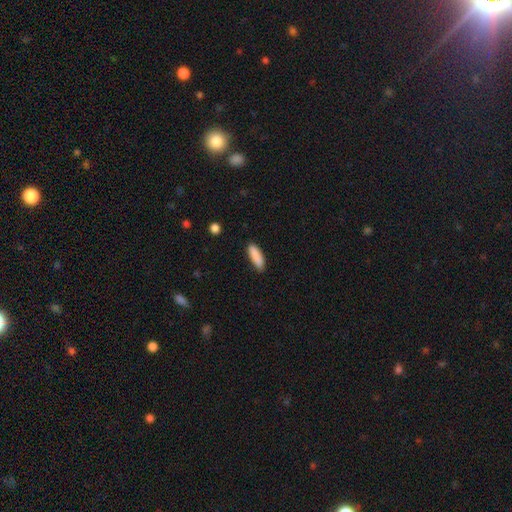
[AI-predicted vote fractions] Morphology: type=smooth (89%); roundness=cigar-shaped (55%); merging=none (85%).